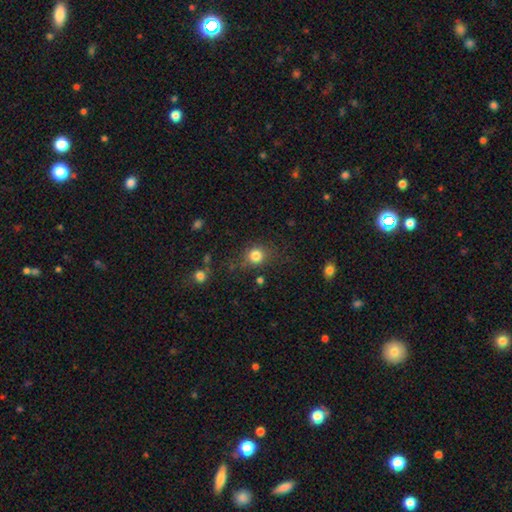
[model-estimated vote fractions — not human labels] Overall: smooth (82%). How rounded: round (84%). Merging: none (76%).